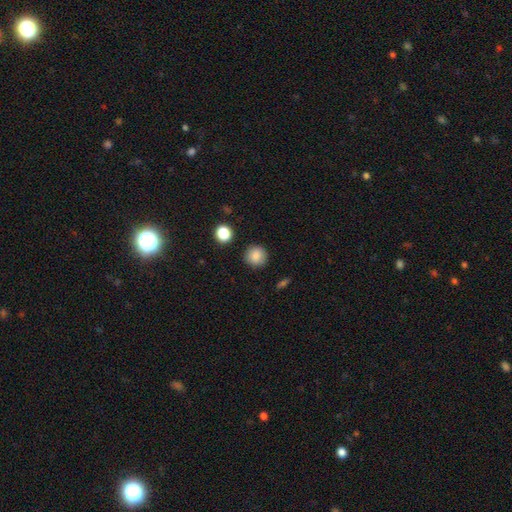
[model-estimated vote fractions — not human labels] This appears to be a smooth galaxy with no disk features (85%) that is round (93%). Merging: none (90%).